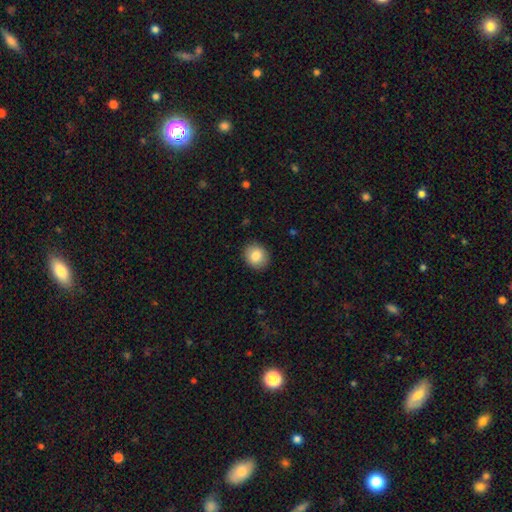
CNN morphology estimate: Smooth or featured? smooth (84%)
How rounded? round (72%)
Merging? none (89%)